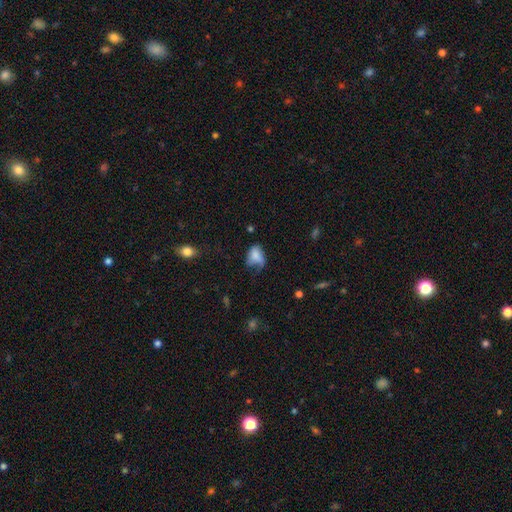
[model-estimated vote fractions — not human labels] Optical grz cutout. It shows a smooth galaxy with no disk features (70%) that is in between round and cigar-shaped (80%). Merging: major disturbance (36%).